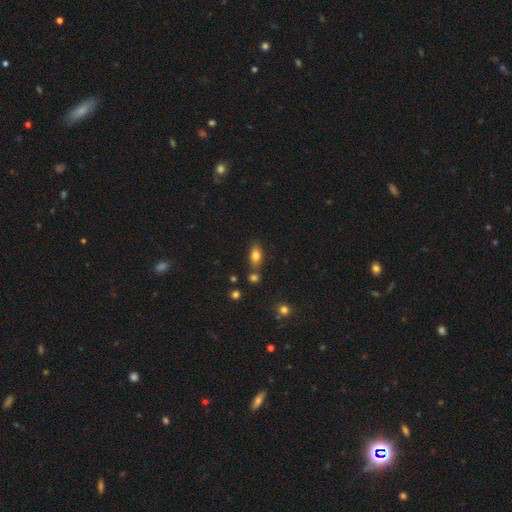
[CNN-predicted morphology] Smooth or featured: smooth — 80% (featured or disk — 11%)
How rounded: in between — 85% (round — 10%)
Merging: none — 69% (merger — 14%)